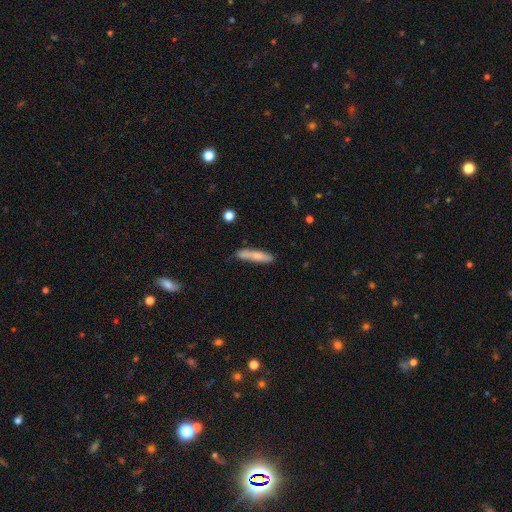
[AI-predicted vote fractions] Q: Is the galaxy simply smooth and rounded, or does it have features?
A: smooth — 68%.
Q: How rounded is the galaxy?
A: cigar-shaped — 89%.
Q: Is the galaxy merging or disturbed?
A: none — 77%.